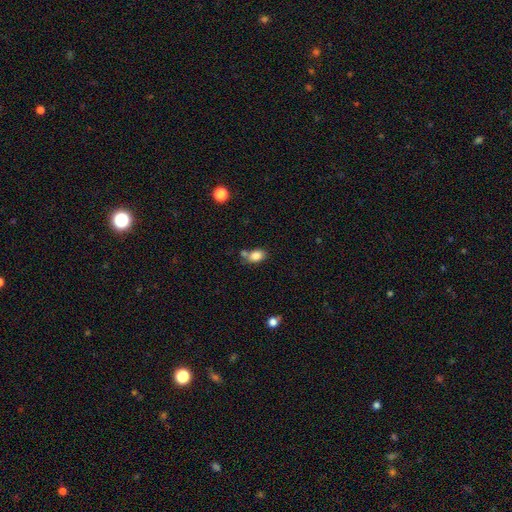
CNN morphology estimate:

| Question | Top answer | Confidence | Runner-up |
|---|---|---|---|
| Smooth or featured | smooth | 83% | star or artifact (9%) |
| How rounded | in between | 80% | round (18%) |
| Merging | none | 56% | merger (24%) |